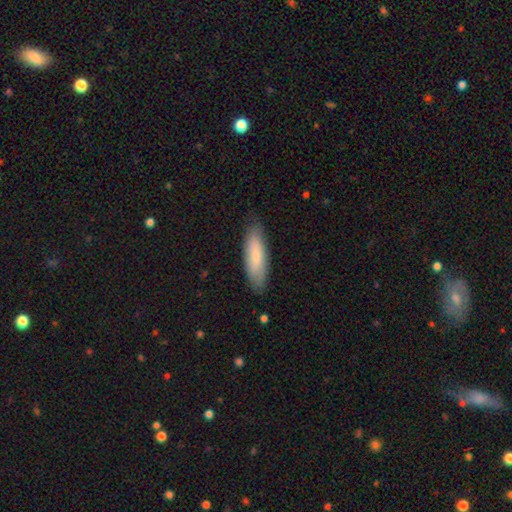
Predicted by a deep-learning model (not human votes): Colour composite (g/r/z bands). It shows a smooth galaxy with no disk features (76%) that is in between round and cigar-shaped (51%). Merging: none (82%).